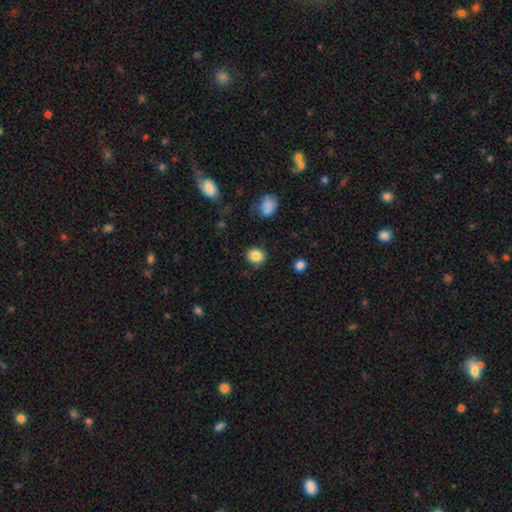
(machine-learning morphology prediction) type=smooth (84%); roundness=round (78%); merging=none (88%).